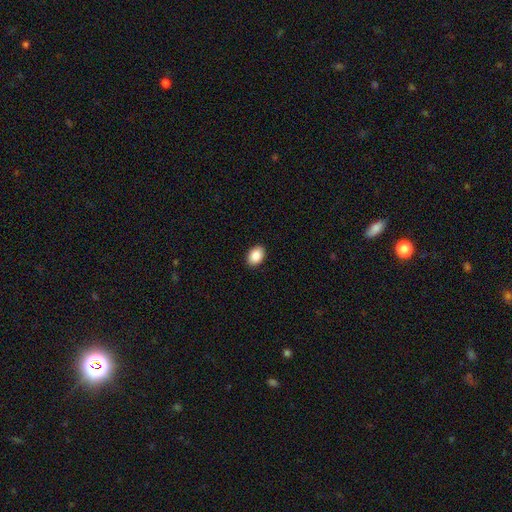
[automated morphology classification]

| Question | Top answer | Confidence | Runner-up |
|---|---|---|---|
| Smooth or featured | smooth | 89% | star or artifact (7%) |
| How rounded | in between | 81% | round (18%) |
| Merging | none | 91% | minor disturbance (6%) |